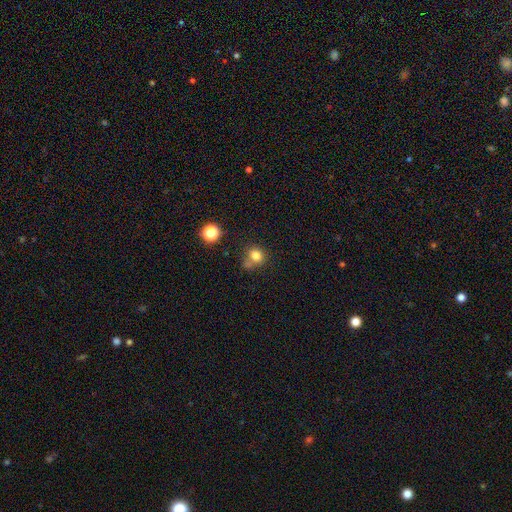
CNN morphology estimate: The model was most divided on "merging": none: 57%, merger: 19%, minor disturbance: 17%, major disturbance: 7%. More confident: how rounded — round (80%); smooth or featured — smooth (79%).